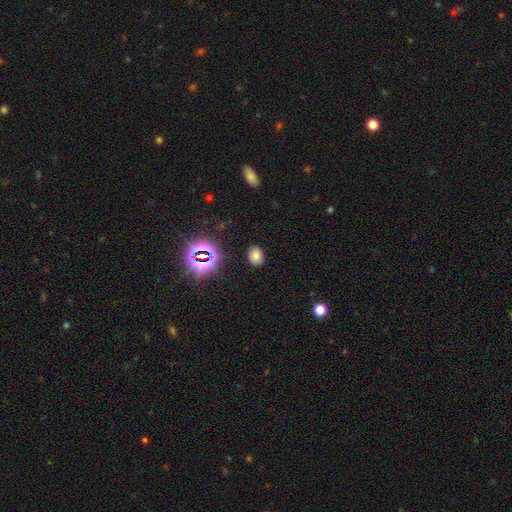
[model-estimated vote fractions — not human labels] A smooth galaxy with no disk features (70%) that is in between round and cigar-shaped (64%).

Vote fractions:
- Smooth or featured? smooth: 70% / star or artifact: 21% / featured or disk: 9%
- How rounded? in between: 64% / round: 35% / cigar-shaped: 1%
- Merging? none: 87% / minor disturbance: 9% / major disturbance: 3% / merger: 1%